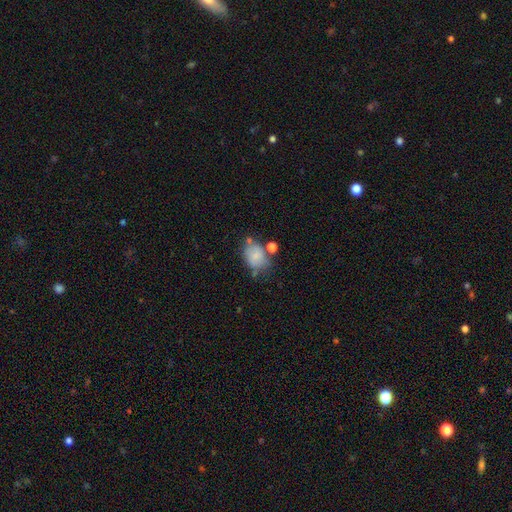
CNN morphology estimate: smooth_or_featured: smooth (p=0.73) [alt: featured or disk p=0.16]
how_rounded: in between (p=0.61) [alt: round p=0.38]
merging: none (p=0.46) [alt: minor disturbance p=0.26]